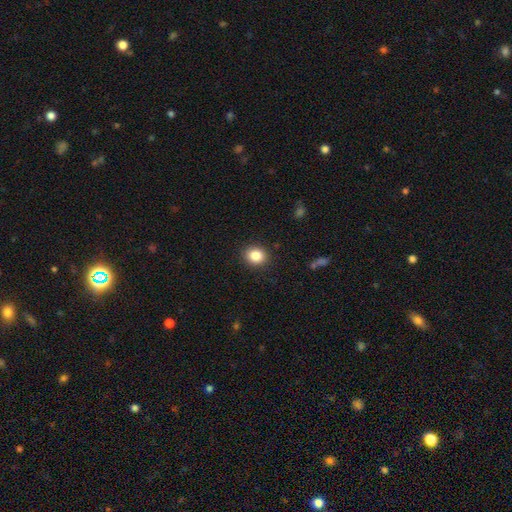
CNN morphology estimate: smooth 86%, star or artifact 10%, featured or disk 5%. Down the decision tree: how rounded — round (71%); merging — none (89%).